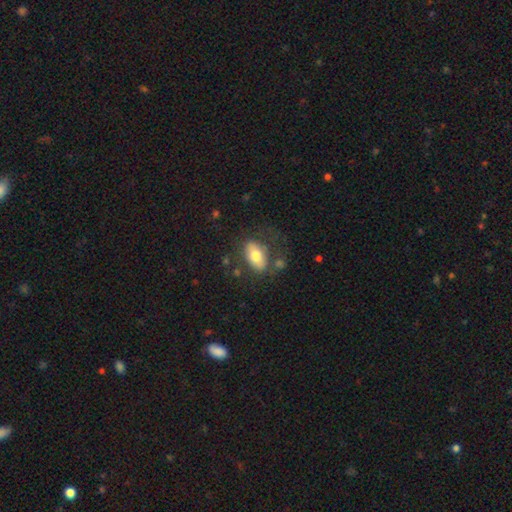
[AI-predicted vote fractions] The model was most divided on "smooth or featured": smooth: 67%, featured or disk: 26%, star or artifact: 7%. More confident: how rounded — in between (89%); merging — none (66%).